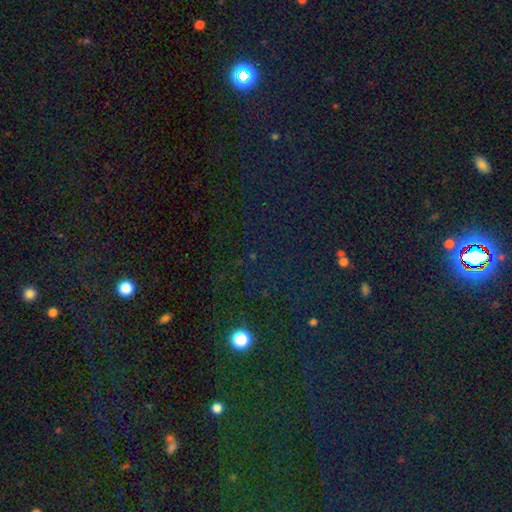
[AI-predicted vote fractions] The model was most divided on "smooth or featured": star or artifact: 78%, smooth: 15%, featured or disk: 8%.